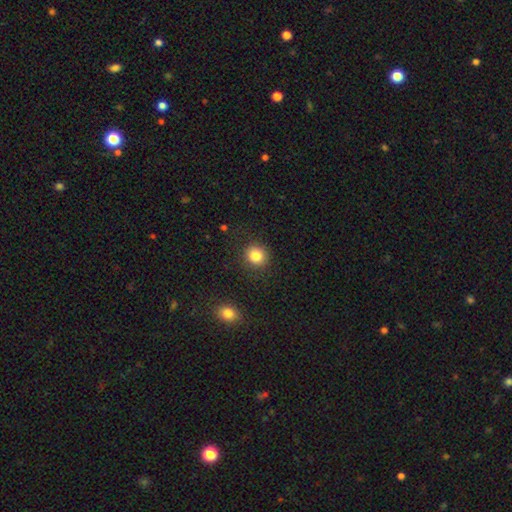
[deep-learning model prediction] Overall: smooth (84%). How rounded: round (89%). Merging: none (88%).